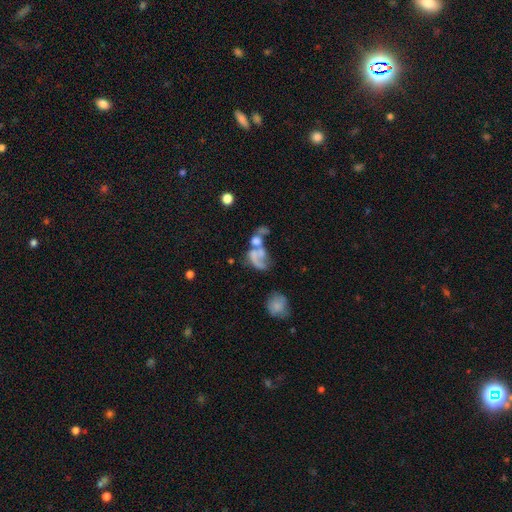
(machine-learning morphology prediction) This appears to be a featured or disk galaxy (46%). Merging: merger (50%).